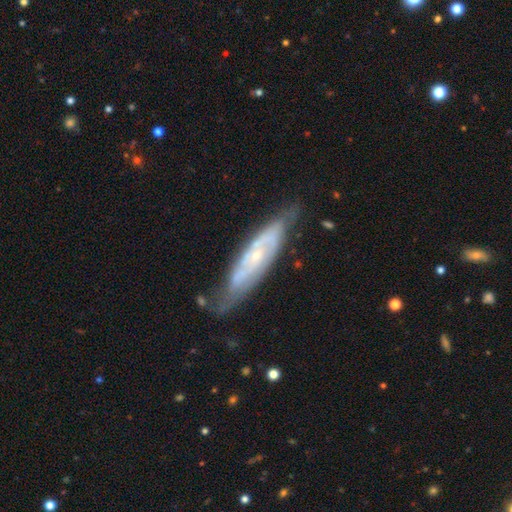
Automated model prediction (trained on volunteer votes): Q: Smooth or featured?
A: featured or disk (78%); runner-up: smooth (17%)
Q: Edge-on disk?
A: no (73%); runner-up: yes (27%)
Q: Bar?
A: no (63%); runner-up: weak (27%)
Q: Spiral arms?
A: yes (83%); runner-up: no (17%)
Q: Bulge size?
A: small (76%); runner-up: moderate (19%)
Q: Merging?
A: none (69%); runner-up: minor disturbance (22%)